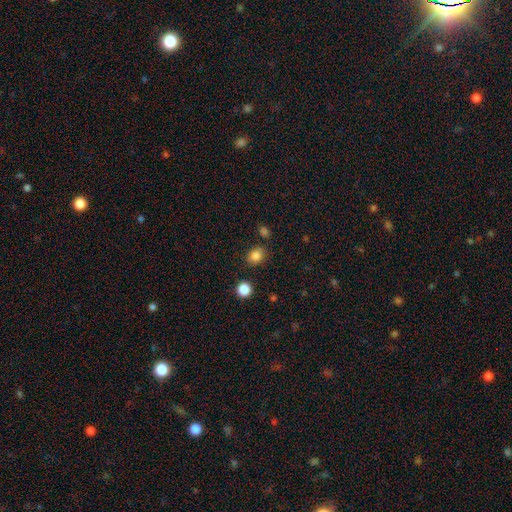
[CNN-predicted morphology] A smooth galaxy with no disk features (84%) that is in between round and cigar-shaped (50%). Merging: none (80%).